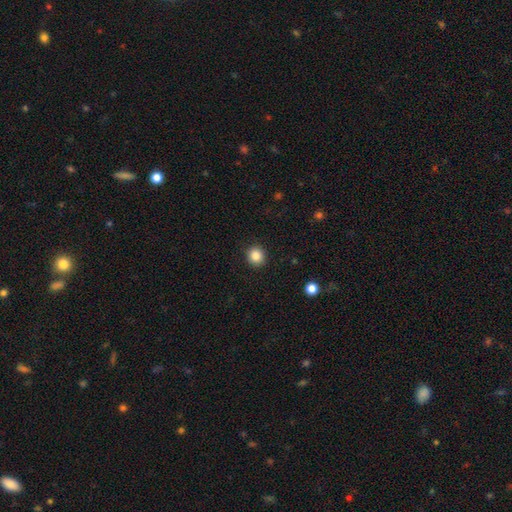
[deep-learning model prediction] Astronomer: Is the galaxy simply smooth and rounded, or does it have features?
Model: smooth — 86%.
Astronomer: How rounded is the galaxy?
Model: round — 89%.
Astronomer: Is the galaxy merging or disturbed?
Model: none — 92%.